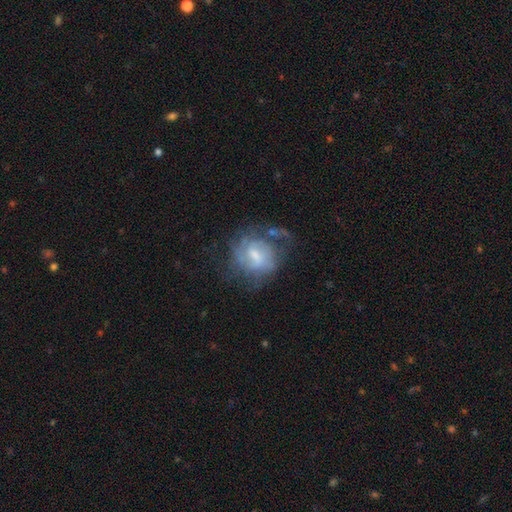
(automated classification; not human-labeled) Smooth or featured: featured or disk — 66% (smooth — 26%)
Edge-on disk: no — 97% (yes — 3%)
Bar: weak — 57% (no — 27%)
Spiral arms: yes — 72% (no — 28%)
Bulge size: small — 42% (moderate — 40%)
Merging: none — 46% (major disturbance — 26%)